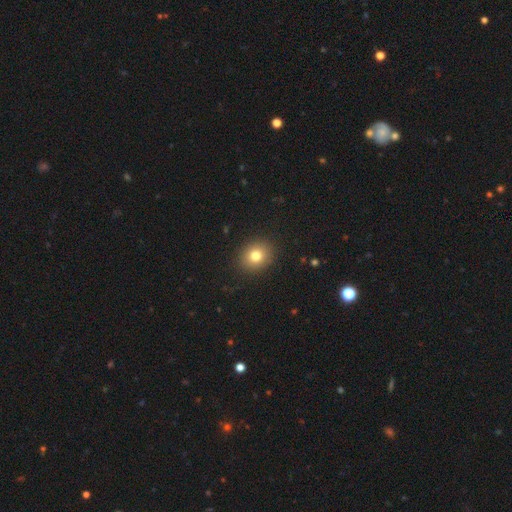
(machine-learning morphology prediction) A smooth galaxy with no disk features (79%) that is round (68%). Merging: none (90%).